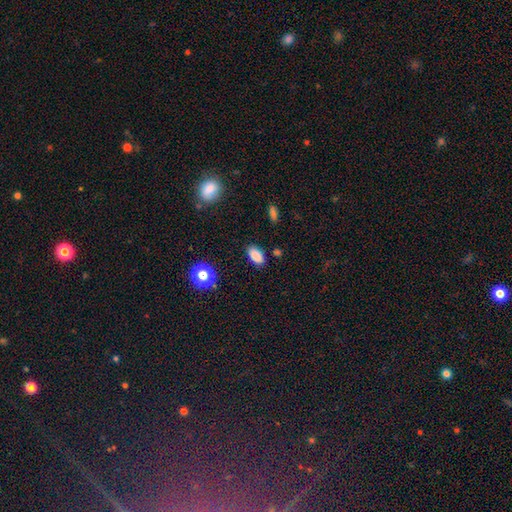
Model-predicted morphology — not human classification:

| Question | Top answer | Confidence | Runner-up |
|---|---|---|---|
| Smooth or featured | smooth | 86% | star or artifact (10%) |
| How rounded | in between | 91% | round (6%) |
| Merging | none | 86% | minor disturbance (10%) |